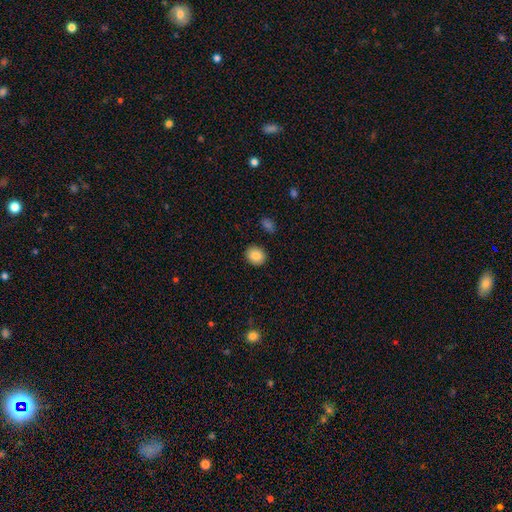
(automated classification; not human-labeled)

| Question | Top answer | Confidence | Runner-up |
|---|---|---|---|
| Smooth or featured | smooth | 86% | star or artifact (8%) |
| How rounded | round | 65% | in between (34%) |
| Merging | none | 89% | minor disturbance (7%) |